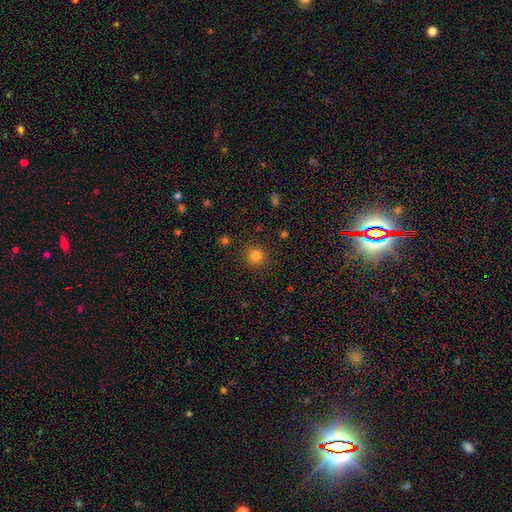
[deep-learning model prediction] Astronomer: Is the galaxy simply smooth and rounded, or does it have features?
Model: smooth — 82%.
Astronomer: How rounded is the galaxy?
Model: round — 92%.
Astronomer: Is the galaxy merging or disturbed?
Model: none — 89%.